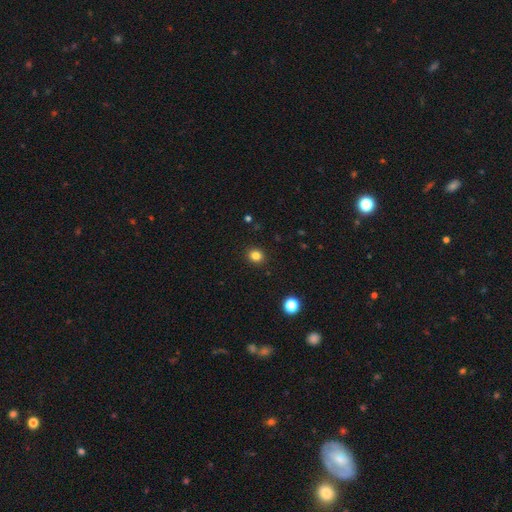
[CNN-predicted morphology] type=smooth (82%); roundness=round (81%); merging=none (92%).